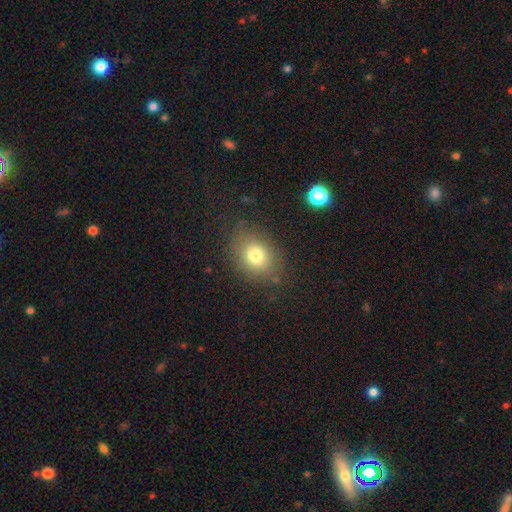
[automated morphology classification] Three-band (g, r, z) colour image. It shows a smooth galaxy with no disk features (76%) that is in between round and cigar-shaped (57%). Merging: none (80%).